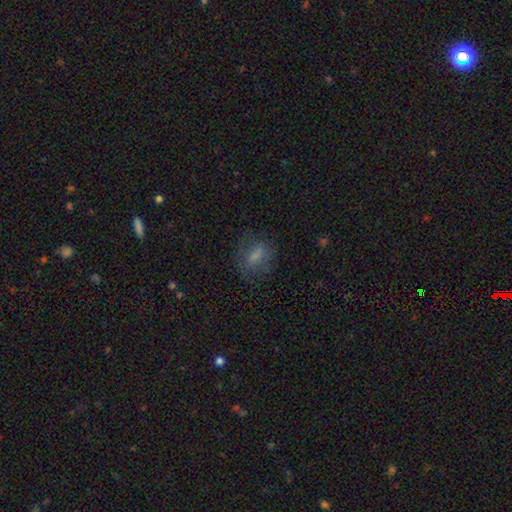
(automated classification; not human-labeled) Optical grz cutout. It shows a smooth galaxy with no disk features (68%) that is in between round and cigar-shaped (65%). Merging: none (70%).